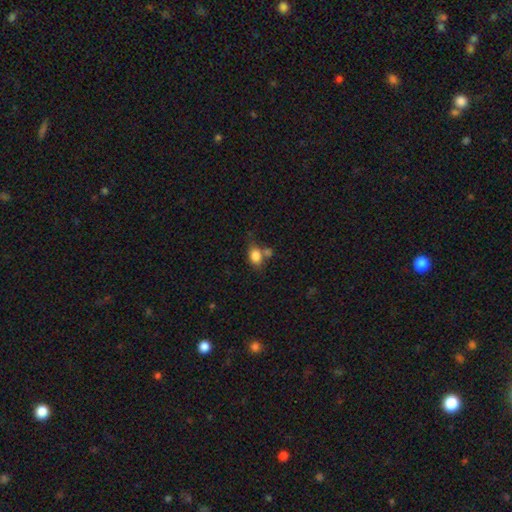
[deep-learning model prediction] The model was most divided on "merging": none: 50%, merger: 26%, minor disturbance: 17%, major disturbance: 6%. More confident: smooth or featured — smooth (83%); how rounded — in between (75%).